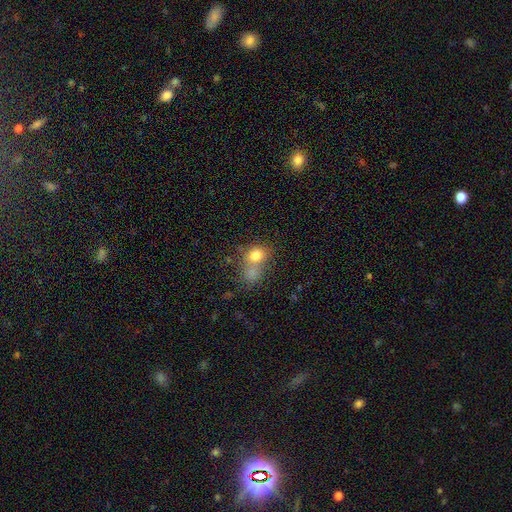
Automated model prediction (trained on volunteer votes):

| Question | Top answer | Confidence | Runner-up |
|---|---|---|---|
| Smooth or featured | smooth | 77% | featured or disk (12%) |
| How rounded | round | 62% | in between (37%) |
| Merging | merger | 51% | none (31%) |